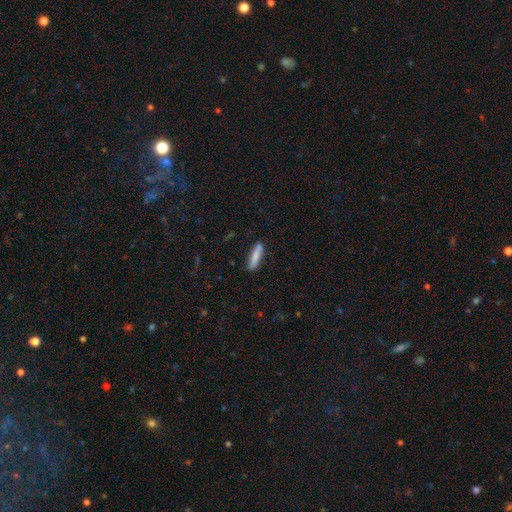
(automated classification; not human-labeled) Q: Smooth or featured?
A: smooth (83%); runner-up: featured or disk (11%)
Q: How rounded?
A: cigar-shaped (83%); runner-up: in between (16%)
Q: Merging?
A: none (87%); runner-up: minor disturbance (10%)